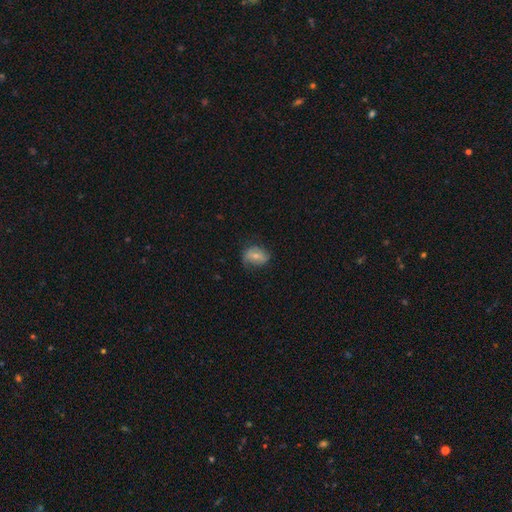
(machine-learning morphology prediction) smooth_or_featured: smooth (p=0.62) [alt: featured or disk p=0.30]
how_rounded: in between (p=0.67) [alt: round p=0.31]
merging: none (p=0.64) [alt: minor disturbance p=0.26]